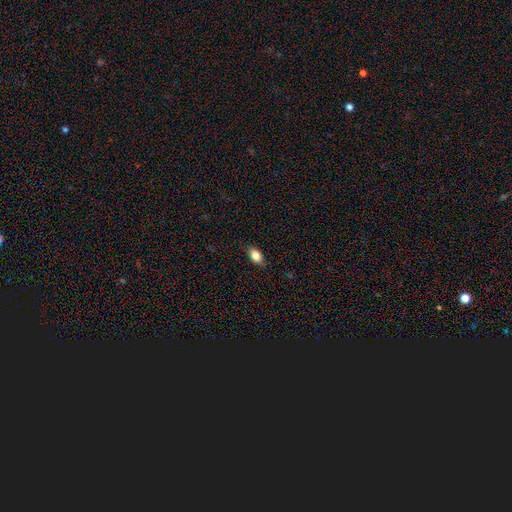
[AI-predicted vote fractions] Overall: smooth (84%). How rounded: in between (88%). Merging: none (84%).